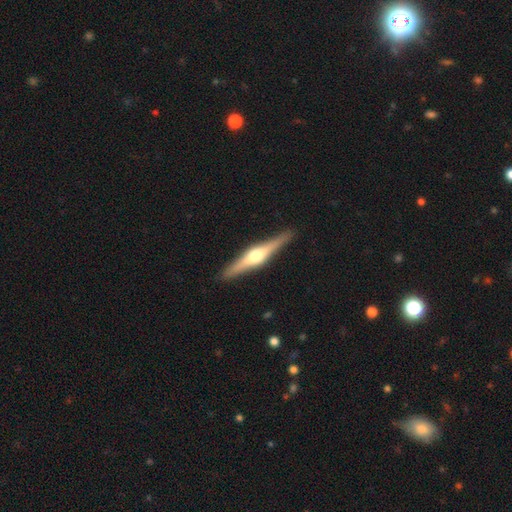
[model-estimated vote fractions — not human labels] Smooth or featured? Predicted: featured or disk (p=0.75). Edge-on disk? Predicted: yes (p=0.98). Edge-on bulge? Predicted: rounded (p=0.91). Merging? Predicted: none (p=0.91).